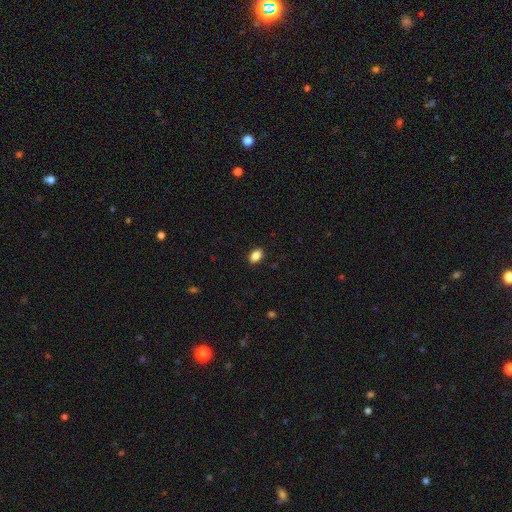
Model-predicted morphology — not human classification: smooth 87%, star or artifact 9%, featured or disk 4%. Down the decision tree: how rounded — in between (83%); merging — none (89%).